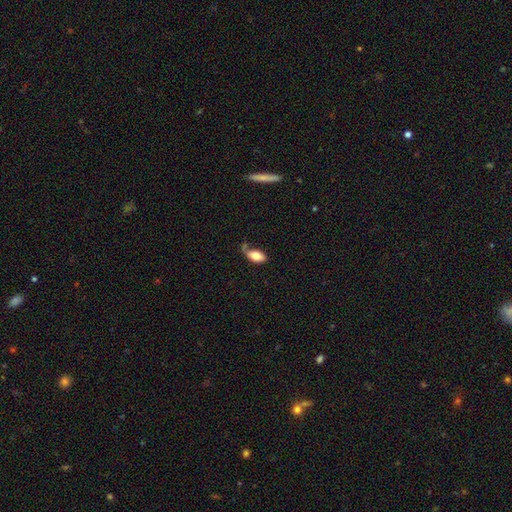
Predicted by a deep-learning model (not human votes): A smooth galaxy with no disk features (75%) that is in between round and cigar-shaped (91%). Merging: none (47%).